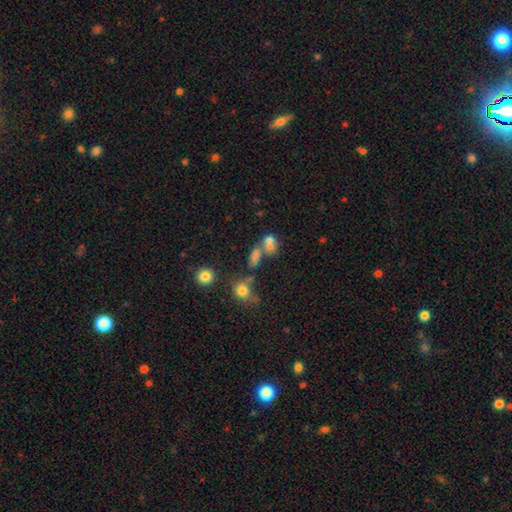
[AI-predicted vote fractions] This is possibly a smooth galaxy (50%). Merging: possibly none (49%).